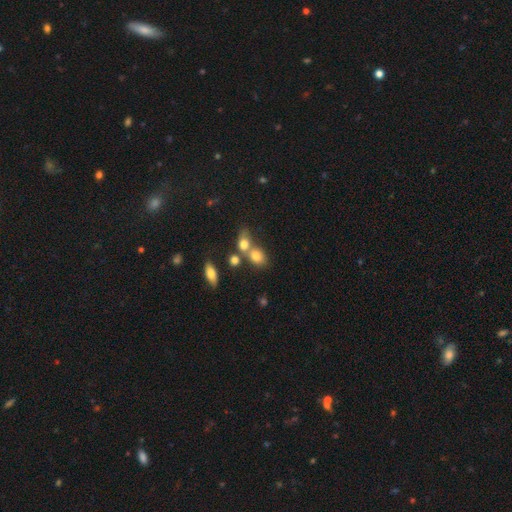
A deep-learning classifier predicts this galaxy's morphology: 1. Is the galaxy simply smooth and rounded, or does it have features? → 76% smooth, 13% featured or disk, 11% star or artifact.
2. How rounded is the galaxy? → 56% in between, 41% round, 2% cigar-shaped.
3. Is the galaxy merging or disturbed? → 51% merger, 34% none, 10% minor disturbance, 5% major disturbance.